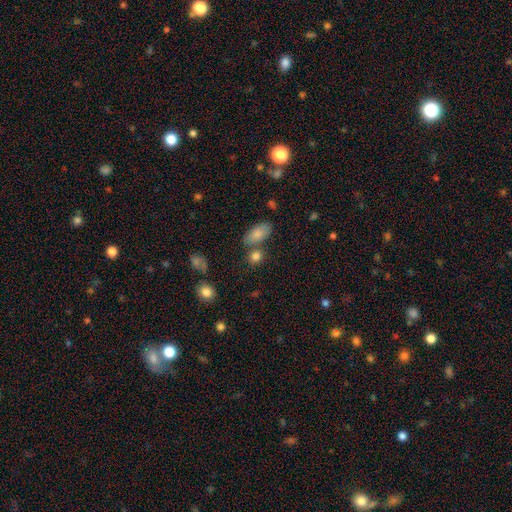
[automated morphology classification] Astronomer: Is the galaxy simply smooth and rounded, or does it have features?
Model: smooth — 79%.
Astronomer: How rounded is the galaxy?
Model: in between — 51% (runner-up: round, 43%).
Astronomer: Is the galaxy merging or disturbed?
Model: none — 65%.